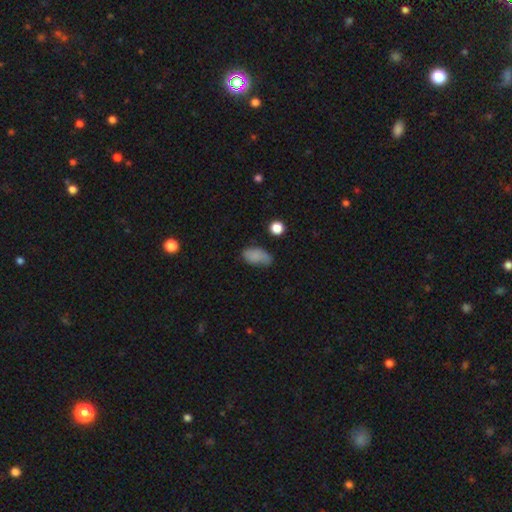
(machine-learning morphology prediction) smooth 80%, featured or disk 10%, star or artifact 10%. Down the decision tree: how rounded — in between (91%); merging — none (55%).